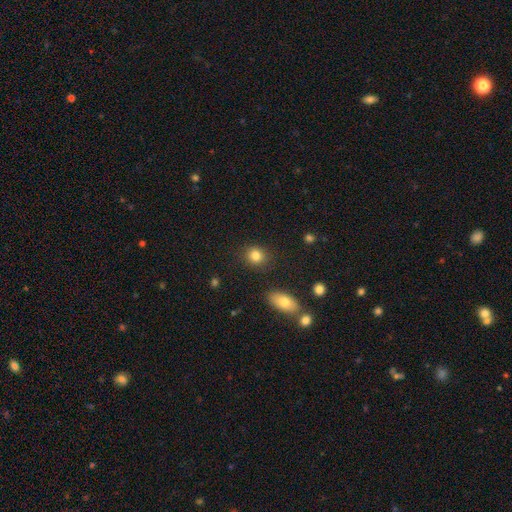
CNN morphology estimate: Overall: smooth (84%). How rounded: round (75%). Merging: none (86%).